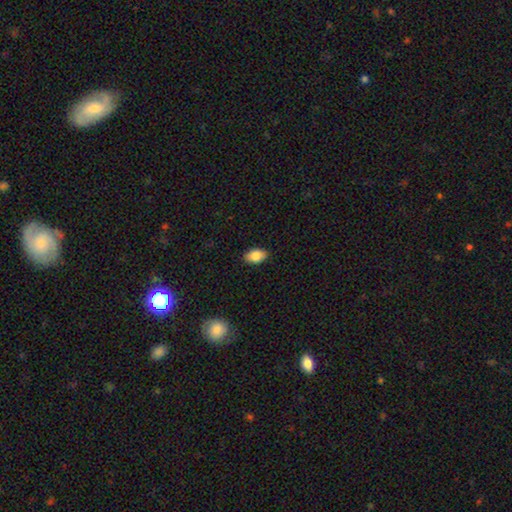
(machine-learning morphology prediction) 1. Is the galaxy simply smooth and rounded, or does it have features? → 85% smooth, 8% featured or disk, 8% star or artifact.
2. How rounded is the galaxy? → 89% in between, 10% round, 1% cigar-shaped.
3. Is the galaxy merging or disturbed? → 88% none, 9% minor disturbance, 2% major disturbance, 1% merger.